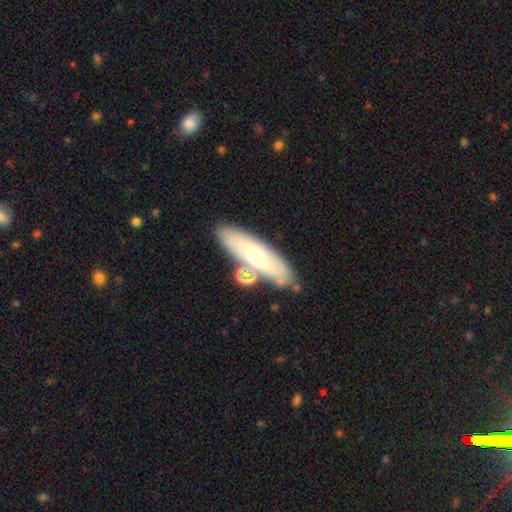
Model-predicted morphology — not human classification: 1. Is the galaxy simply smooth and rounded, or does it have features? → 51% smooth, 42% featured or disk, 7% star or artifact.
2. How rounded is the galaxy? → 58% cigar-shaped, 39% in between, 2% round.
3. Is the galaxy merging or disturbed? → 74% none, 12% minor disturbance, 10% merger, 3% major disturbance.